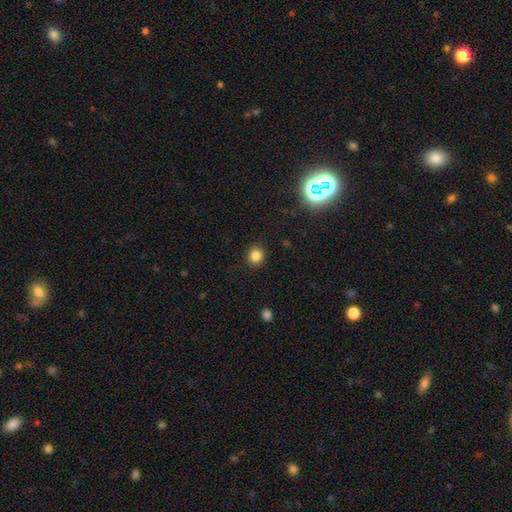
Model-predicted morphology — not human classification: This appears to be a smooth galaxy with no disk features (82%) that is round (87%). Merging: none (90%).